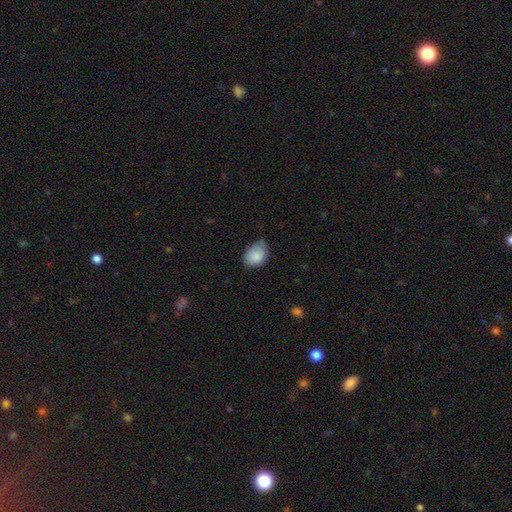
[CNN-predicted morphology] Smooth or featured: smooth — 86% (featured or disk — 7%)
How rounded: in between — 76% (round — 23%)
Merging: none — 53% (minor disturbance — 39%)